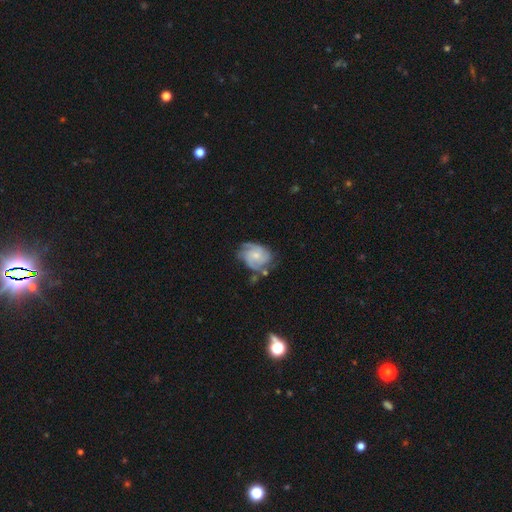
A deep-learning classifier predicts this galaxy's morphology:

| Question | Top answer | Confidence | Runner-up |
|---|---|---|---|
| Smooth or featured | featured or disk | 77% | smooth (17%) |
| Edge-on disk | no | 98% | yes (2%) |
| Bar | no | 66% | weak (30%) |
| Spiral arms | yes | 94% | no (6%) |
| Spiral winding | tight | 46% | medium (42%) |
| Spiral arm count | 2 | 36% | 3 (33%) |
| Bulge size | small | 50% | moderate (41%) |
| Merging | none | 59% | minor disturbance (25%) |